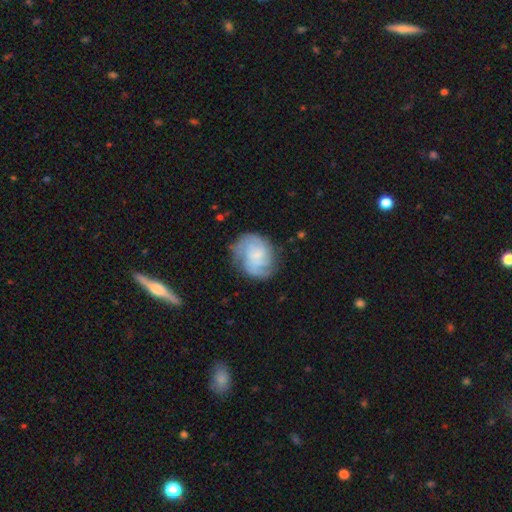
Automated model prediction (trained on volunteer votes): This appears to be a featured or disk galaxy (74%) with no bar (65%), 2 (32%) tight (50%) spiral arms (93%) and a small central bulge (57%). Merging: none (68%).